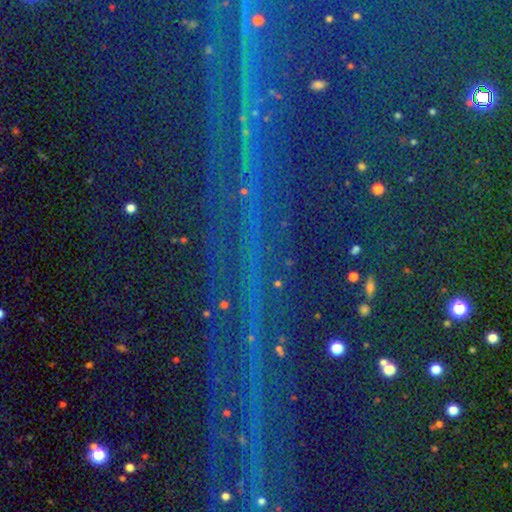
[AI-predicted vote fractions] This is clearly a star or artifact rather than a galaxy (87%).